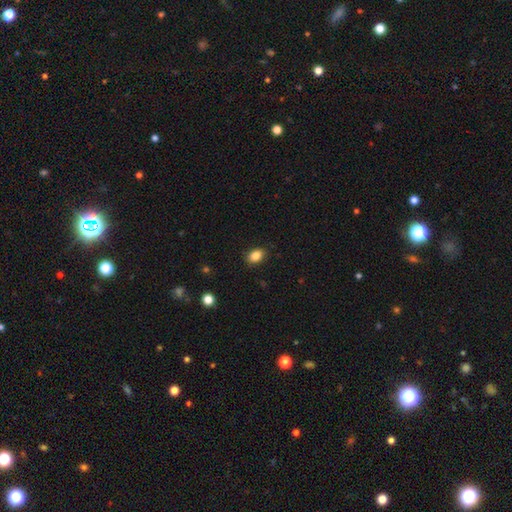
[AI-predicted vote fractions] The model was most divided on "how rounded": in between: 75%, round: 24%, cigar-shaped: 1%. More confident: merging — none (87%); smooth or featured — smooth (86%).